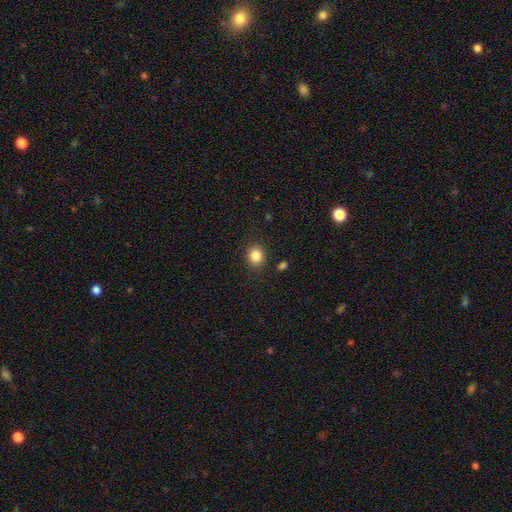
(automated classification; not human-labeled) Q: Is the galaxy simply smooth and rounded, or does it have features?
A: smooth — 85%.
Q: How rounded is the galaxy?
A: round — 76%.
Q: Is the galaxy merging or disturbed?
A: none — 88%.